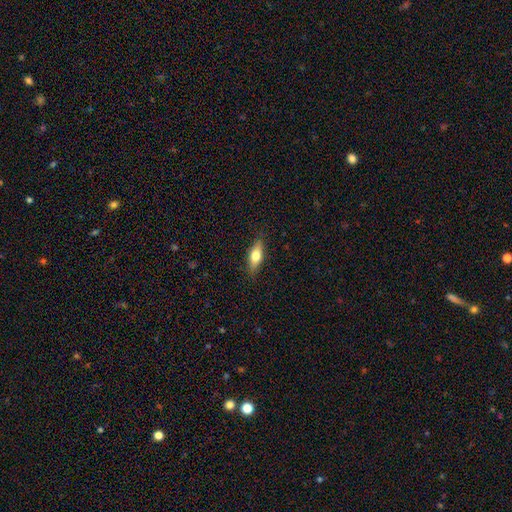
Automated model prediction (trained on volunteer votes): Overall: smooth (65%; featured or disk 28%). How rounded: in between (65%; cigar-shaped 32%). Merging: none (85%).